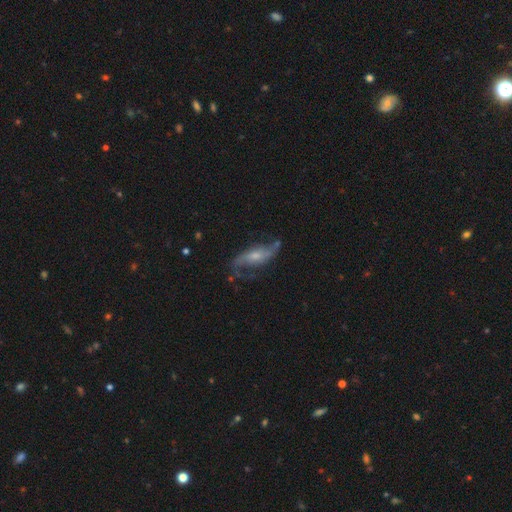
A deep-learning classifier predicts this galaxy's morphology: smooth_or_featured: featured or disk (p=0.77) [alt: smooth p=0.16]
disk_edge_on: no (p=0.87) [alt: yes p=0.13]
bar: no (p=0.47) [alt: weak p=0.37]
has_spiral_arms: yes (p=0.91) [alt: no p=0.09]
spiral_winding: loose (p=0.67) [alt: medium p=0.25]
spiral_arm_count: 2 (p=0.87) [alt: can't tell p=0.06]
bulge_size: small (p=0.48) [alt: moderate p=0.40]
merging: none (p=0.59) [alt: minor disturbance p=0.22]